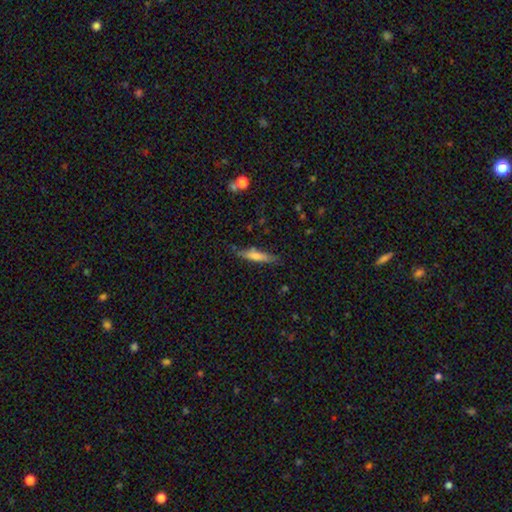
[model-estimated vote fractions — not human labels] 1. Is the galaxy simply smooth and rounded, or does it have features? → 50% smooth, 42% featured or disk, 8% star or artifact.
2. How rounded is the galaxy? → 88% cigar-shaped, 10% in between, 2% round.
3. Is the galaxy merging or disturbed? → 82% none, 14% minor disturbance, 3% major disturbance, 2% merger.